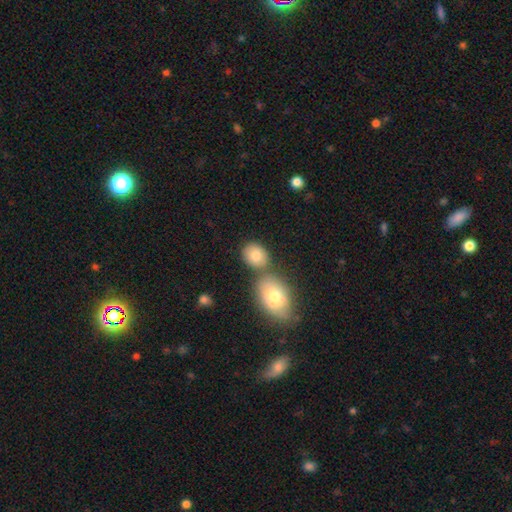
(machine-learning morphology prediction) This appears to be a smooth galaxy with no disk features (80%) that is in between round and cigar-shaped (54%). Merging: none (60%).